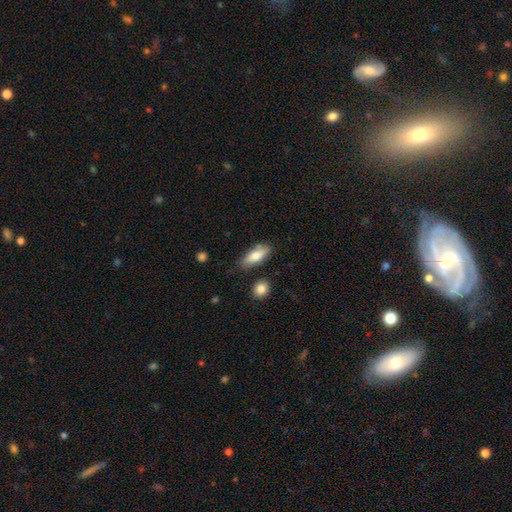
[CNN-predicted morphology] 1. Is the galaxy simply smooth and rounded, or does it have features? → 75% smooth, 19% featured or disk, 6% star or artifact.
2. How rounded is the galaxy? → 77% in between, 21% cigar-shaped, 3% round.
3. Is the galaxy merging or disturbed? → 74% none, 19% minor disturbance, 4% merger, 4% major disturbance.